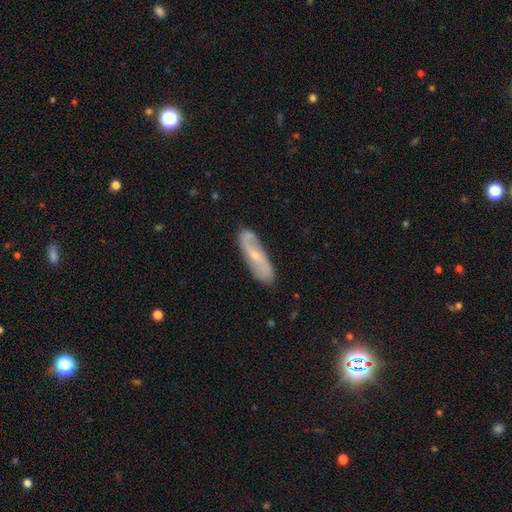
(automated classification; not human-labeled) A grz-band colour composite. It shows a featured or disk galaxy (66%) with no bar (50%), spiral arms (87%) and a small central bulge (65%). Merging: none (82%).